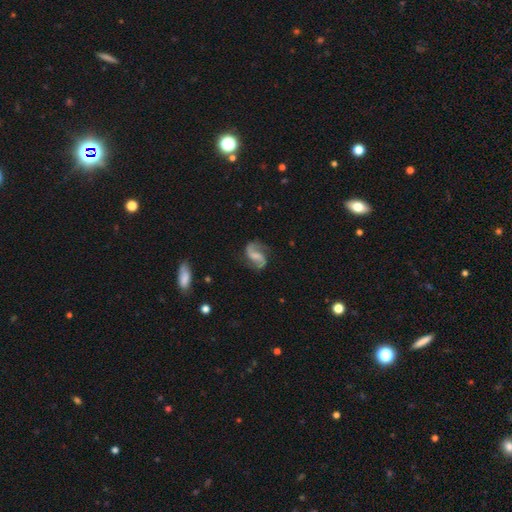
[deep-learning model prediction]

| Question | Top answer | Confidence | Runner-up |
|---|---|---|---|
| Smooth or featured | featured or disk | 86% | smooth (9%) |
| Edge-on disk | no | 98% | yes (2%) |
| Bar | weak | 46% | no (30%) |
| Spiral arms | yes | 97% | no (3%) |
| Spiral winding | loose | 54% | medium (38%) |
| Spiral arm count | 2 | 92% | 1 (3%) |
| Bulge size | none | 41% | small (29%) |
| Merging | none | 76% | minor disturbance (16%) |